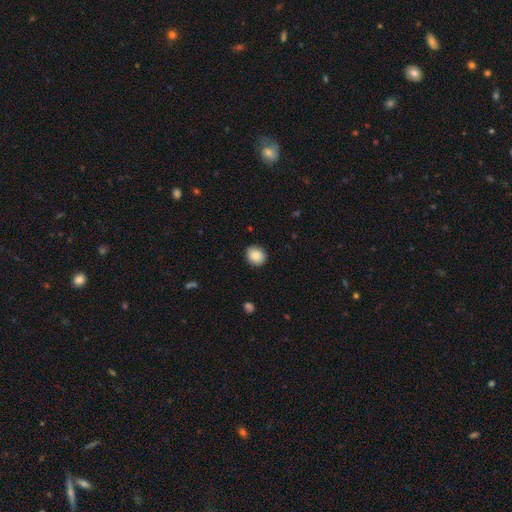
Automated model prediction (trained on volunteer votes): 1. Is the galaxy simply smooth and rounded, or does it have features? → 86% smooth, 8% star or artifact, 6% featured or disk.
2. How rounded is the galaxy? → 76% round, 23% in between, 1% cigar-shaped.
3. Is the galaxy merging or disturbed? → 87% none, 10% minor disturbance, 2% major disturbance, 1% merger.